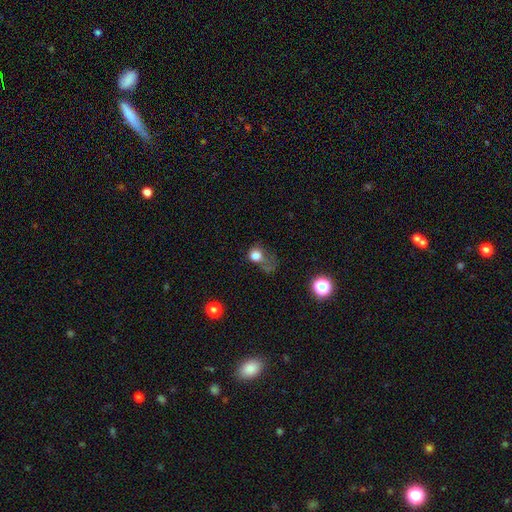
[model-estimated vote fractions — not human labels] This appears to be a smooth galaxy with no disk features (74%) that is round (71%). Merging: major disturbance (46%).